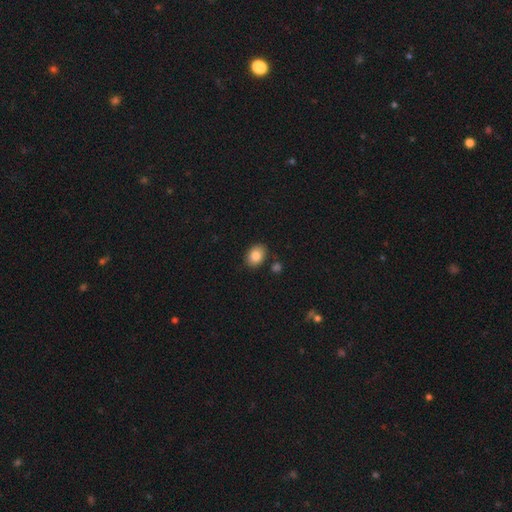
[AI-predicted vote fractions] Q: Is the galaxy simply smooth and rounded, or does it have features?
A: smooth — 85%.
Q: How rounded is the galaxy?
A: in between — 71%.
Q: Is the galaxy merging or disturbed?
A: none — 84%.